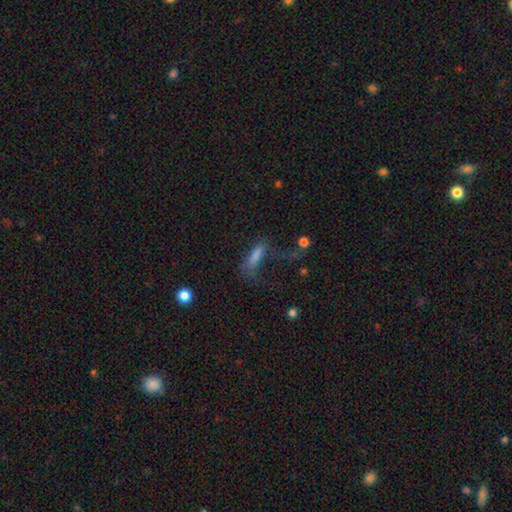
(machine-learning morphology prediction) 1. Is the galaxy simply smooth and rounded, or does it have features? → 64% smooth, 21% featured or disk, 16% star or artifact.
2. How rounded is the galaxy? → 57% cigar-shaped, 38% in between, 5% round.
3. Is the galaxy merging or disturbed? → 42% major disturbance, 32% none, 19% minor disturbance, 8% merger.